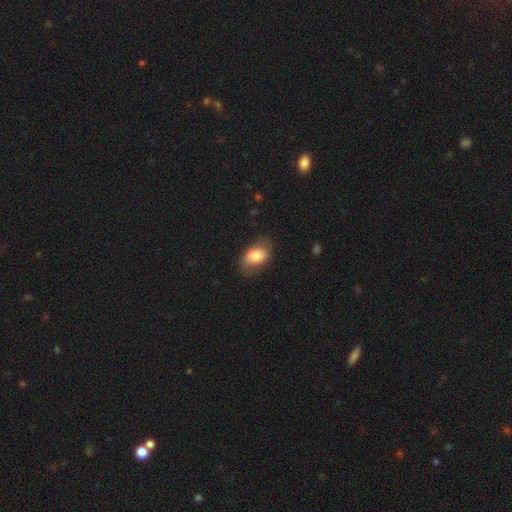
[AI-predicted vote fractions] smooth_or_featured: smooth (p=0.74) [alt: featured or disk p=0.19]
how_rounded: in between (p=0.86) [alt: round p=0.12]
merging: none (p=0.69) [alt: minor disturbance p=0.22]